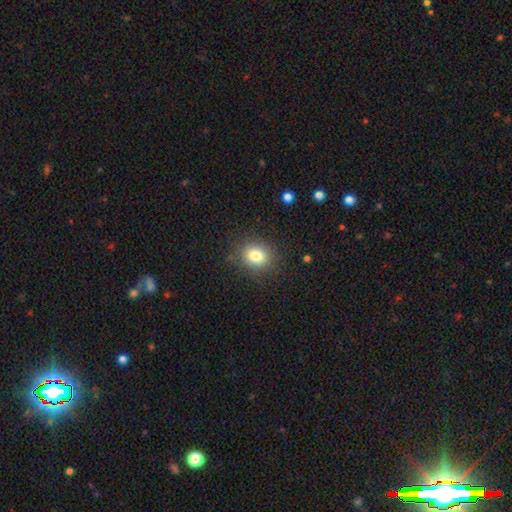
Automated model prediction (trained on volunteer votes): Q: Smooth or featured?
A: smooth (81%); runner-up: star or artifact (12%)
Q: How rounded?
A: round (69%); runner-up: in between (30%)
Q: Merging?
A: none (86%); runner-up: minor disturbance (9%)